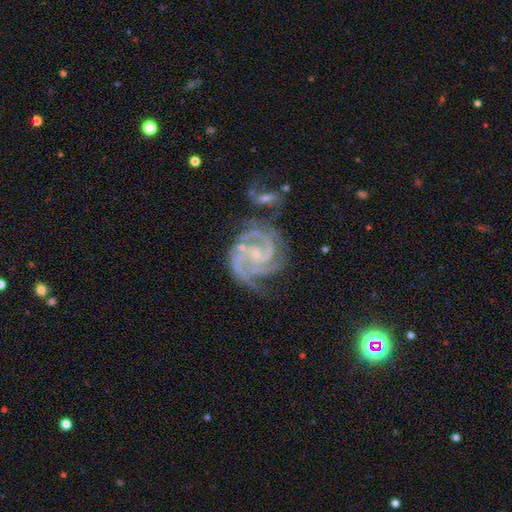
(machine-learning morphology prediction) The model was most divided on "spiral arm count": 3: 41%, 2: 29%, 4: 11%, can't tell: 8%, more than 4: 5%, 1: 5%. More confident: spiral arms — yes (99%); edge-on disk — no (98%); smooth or featured — featured or disk (91%); bulge size — small (76%); spiral winding — tight (62%); bar — no (56%); merging — none (53%).